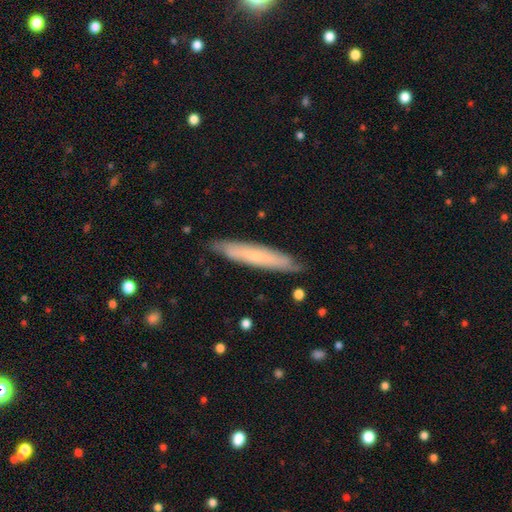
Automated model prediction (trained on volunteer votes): smooth-or-featured: smooth: 56% | featured or disk: 37% | star or artifact: 6%
  how-rounded: cigar-shaped: 91% | in between: 7% | round: 1%
  merging: none: 86% | minor disturbance: 11% | major disturbance: 2% | merger: 1%